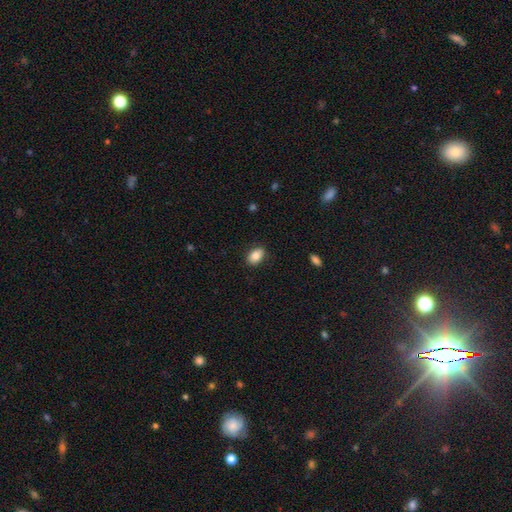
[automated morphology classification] Smooth or featured? smooth (83%)
How rounded? in between (84%)
Merging? none (85%)